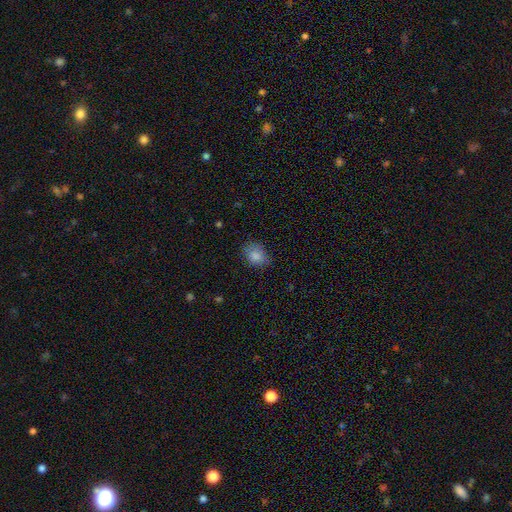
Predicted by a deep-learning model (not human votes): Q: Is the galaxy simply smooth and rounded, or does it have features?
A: smooth — 85%.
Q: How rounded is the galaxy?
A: in between — 55%.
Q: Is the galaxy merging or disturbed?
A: none — 74%.